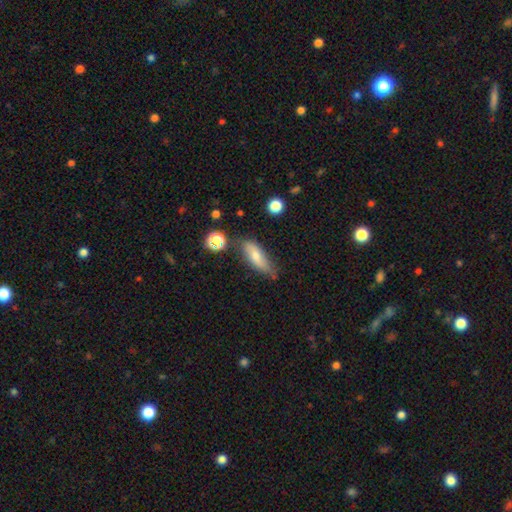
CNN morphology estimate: This is likely a smooth galaxy (67%). How rounded: likely in between (61%). Merging: likely none (64%).